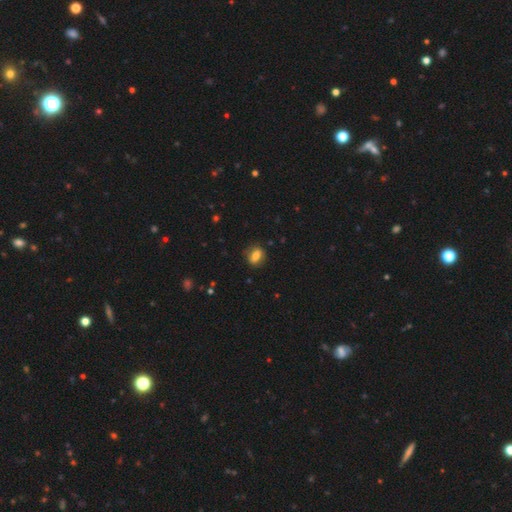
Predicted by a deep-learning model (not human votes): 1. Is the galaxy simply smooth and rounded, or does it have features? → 75% smooth, 16% featured or disk, 9% star or artifact.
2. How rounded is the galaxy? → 72% in between, 23% round, 4% cigar-shaped.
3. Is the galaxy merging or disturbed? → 81% none, 14% minor disturbance, 4% major disturbance, 1% merger.